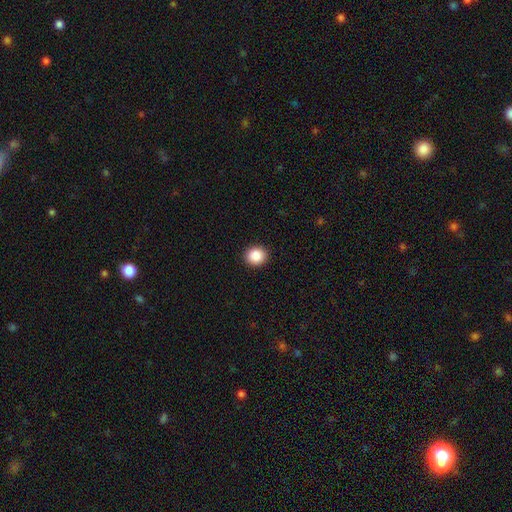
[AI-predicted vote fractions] Smooth or featured?
  - smooth: 88% *
  - star or artifact: 9%
  - featured or disk: 3%
How rounded?
  - round: 79% *
  - in between: 20%
  - cigar-shaped: 1%
Merging?
  - none: 92% *
  - minor disturbance: 5%
  - major disturbance: 2%
  - merger: 1%